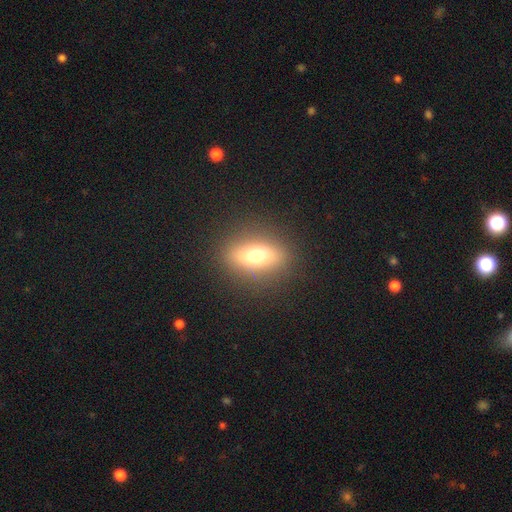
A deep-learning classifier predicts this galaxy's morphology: Smooth or featured? Predicted: smooth (p=0.61). How rounded? Predicted: in between (p=0.64). Merging? Predicted: none (p=0.86).